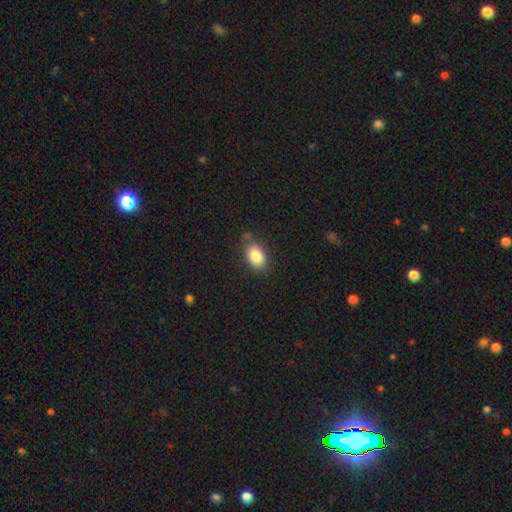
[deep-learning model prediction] Overall: smooth (84%). How rounded: in between (82%). Merging: none (75%).